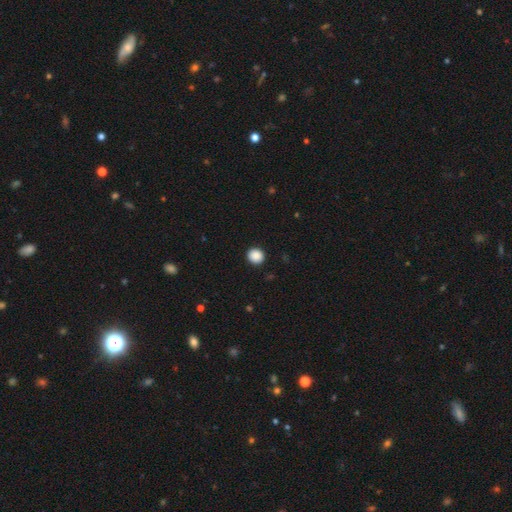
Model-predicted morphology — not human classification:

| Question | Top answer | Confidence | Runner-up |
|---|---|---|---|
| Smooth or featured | smooth | 88% | star or artifact (9%) |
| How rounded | round | 90% | in between (9%) |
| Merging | none | 92% | minor disturbance (5%) |